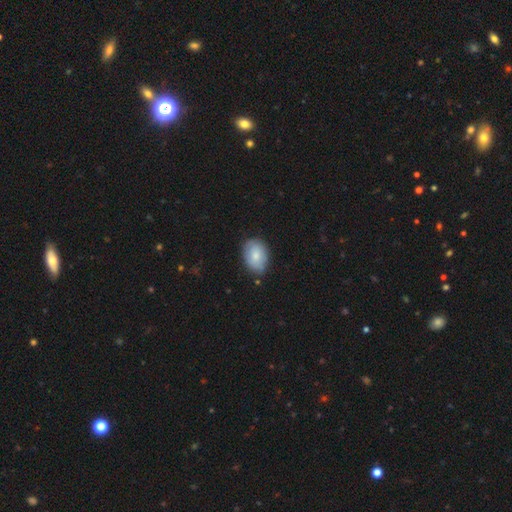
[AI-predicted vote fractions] Smooth or featured?
  - smooth: 80% *
  - featured or disk: 14%
  - star or artifact: 6%
How rounded?
  - in between: 82% *
  - round: 17%
  - cigar-shaped: 1%
Merging?
  - none: 77% *
  - minor disturbance: 18%
  - major disturbance: 3%
  - merger: 2%